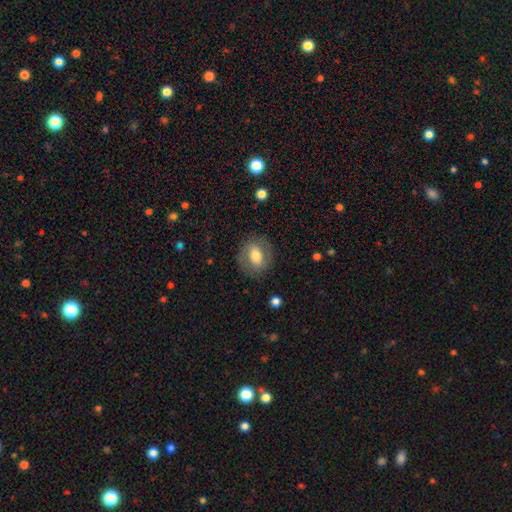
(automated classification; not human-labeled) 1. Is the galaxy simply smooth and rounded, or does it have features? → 59% smooth, 34% featured or disk, 7% star or artifact.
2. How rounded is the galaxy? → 51% round, 47% in between, 1% cigar-shaped.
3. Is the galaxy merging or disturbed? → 81% none, 12% minor disturbance, 6% major disturbance, 1% merger.